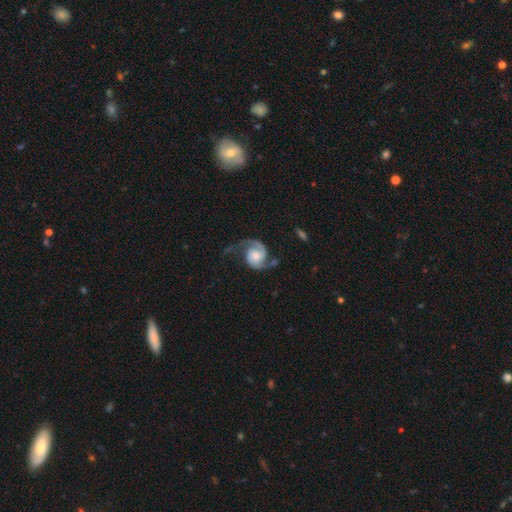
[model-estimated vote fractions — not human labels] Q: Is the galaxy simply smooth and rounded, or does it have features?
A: featured or disk — 89%.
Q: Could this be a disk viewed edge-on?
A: no — 98%.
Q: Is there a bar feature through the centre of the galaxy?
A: no — 71%.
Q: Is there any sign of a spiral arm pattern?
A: yes — 98%.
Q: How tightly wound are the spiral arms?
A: medium — 48%.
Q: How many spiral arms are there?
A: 2 — 83%.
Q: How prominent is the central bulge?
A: moderate — 40%.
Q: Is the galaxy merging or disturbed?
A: none — 52%.